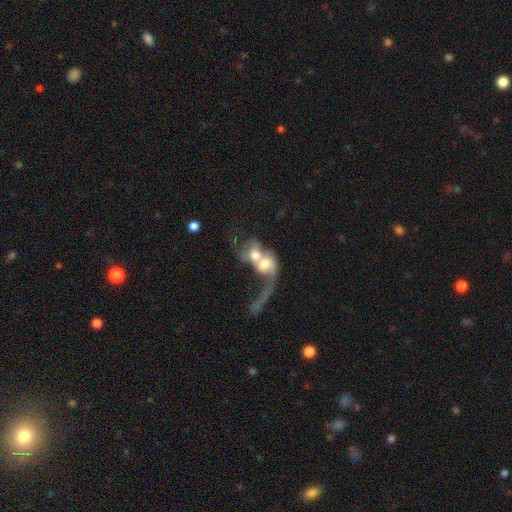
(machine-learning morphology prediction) type=featured or disk (51%); edge-on=no (94%); merging=merger (80%).